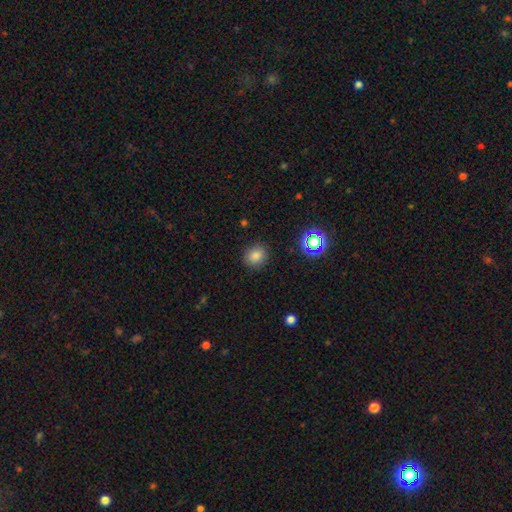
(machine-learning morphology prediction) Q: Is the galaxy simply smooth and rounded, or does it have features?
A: smooth — 81%.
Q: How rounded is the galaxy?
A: round — 76%.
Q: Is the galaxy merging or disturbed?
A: none — 87%.